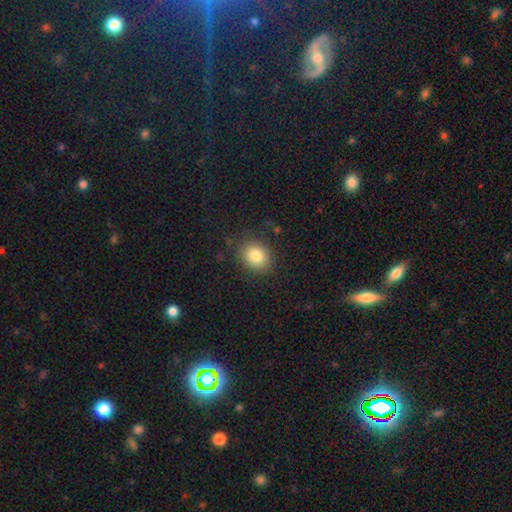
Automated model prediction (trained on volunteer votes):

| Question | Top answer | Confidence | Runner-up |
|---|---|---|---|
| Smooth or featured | smooth | 83% | star or artifact (10%) |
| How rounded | round | 55% | in between (45%) |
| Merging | none | 84% | minor disturbance (11%) |